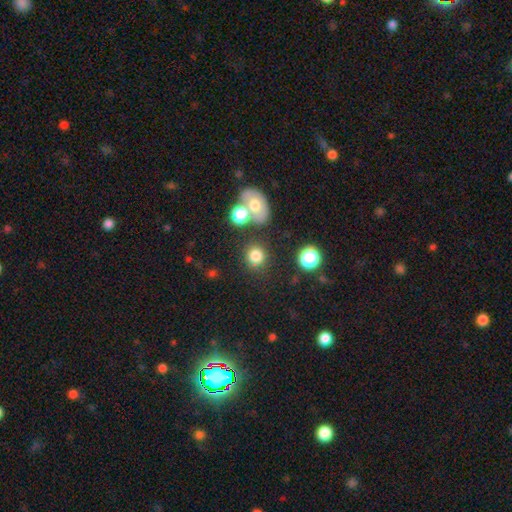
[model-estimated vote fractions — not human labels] Smooth or featured?
  - smooth: 79% *
  - star or artifact: 13%
  - featured or disk: 8%
How rounded?
  - round: 82% *
  - in between: 16%
  - cigar-shaped: 1%
Merging?
  - none: 73% *
  - merger: 11%
  - minor disturbance: 11%
  - major disturbance: 5%